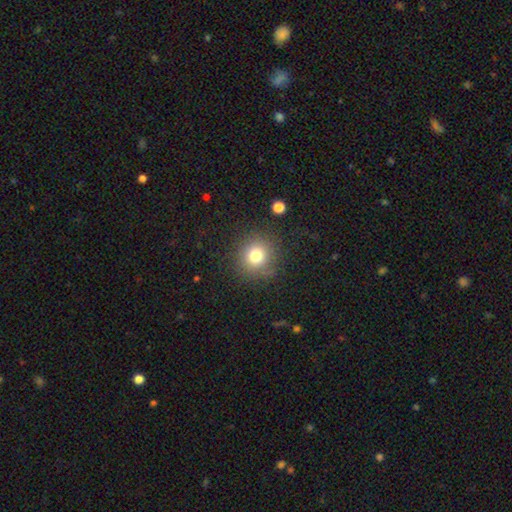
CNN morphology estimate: Overall: smooth (77%). How rounded: round (89%). Merging: none (85%).